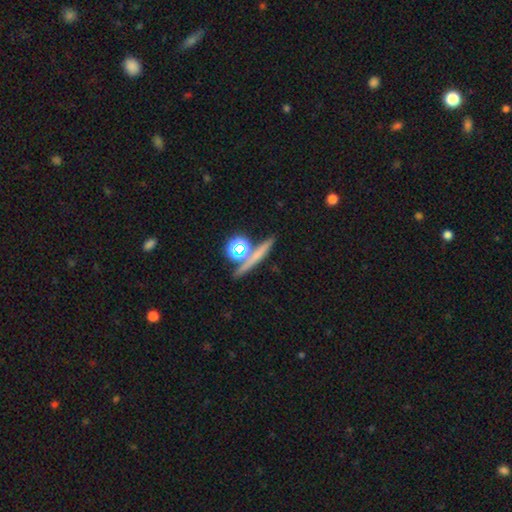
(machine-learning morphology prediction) Overall: smooth (50%; featured or disk 29%). How rounded: cigar-shaped (55%; round 32%). Merging: none (76%).